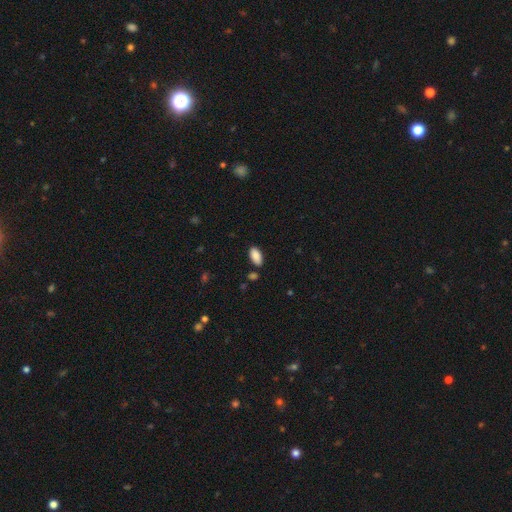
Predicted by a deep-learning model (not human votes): Morphology: type=smooth (89%); roundness=in between (94%); merging=none (84%).